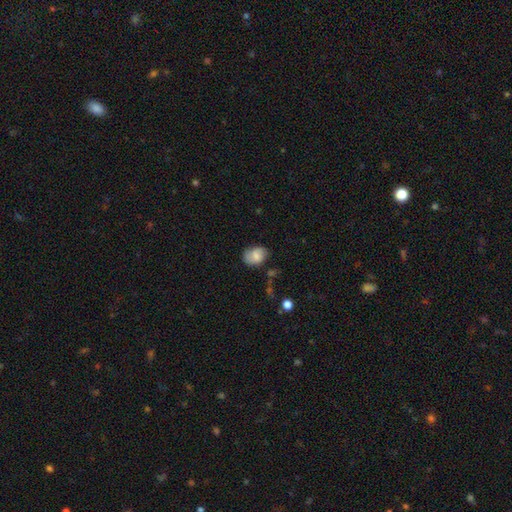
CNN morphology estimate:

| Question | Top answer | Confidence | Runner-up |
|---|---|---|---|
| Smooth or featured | smooth | 67% | featured or disk (24%) |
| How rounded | in between | 66% | round (33%) |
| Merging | none | 62% | minor disturbance (26%) |